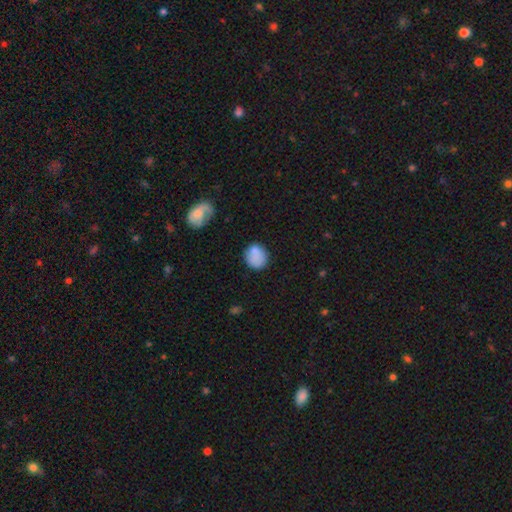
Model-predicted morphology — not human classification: Q: Smooth or featured?
A: smooth (82%); runner-up: featured or disk (9%)
Q: How rounded?
A: round (68%); runner-up: in between (30%)
Q: Merging?
A: none (68%); runner-up: minor disturbance (19%)